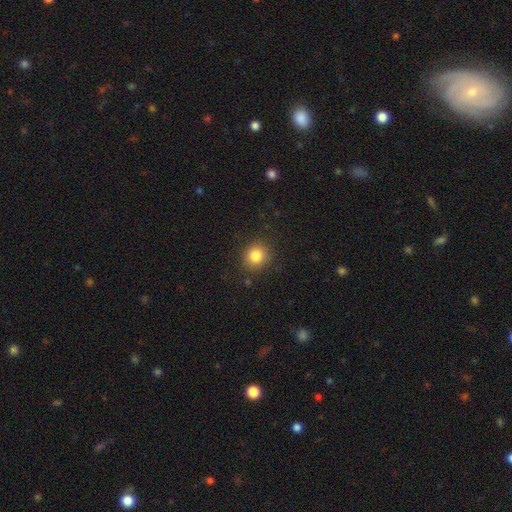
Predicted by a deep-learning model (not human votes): smooth-or-featured: smooth: 83% | star or artifact: 11% | featured or disk: 6%
  how-rounded: round: 84% | in between: 15% | cigar-shaped: 1%
  merging: none: 87% | minor disturbance: 9% | major disturbance: 3% | merger: 1%